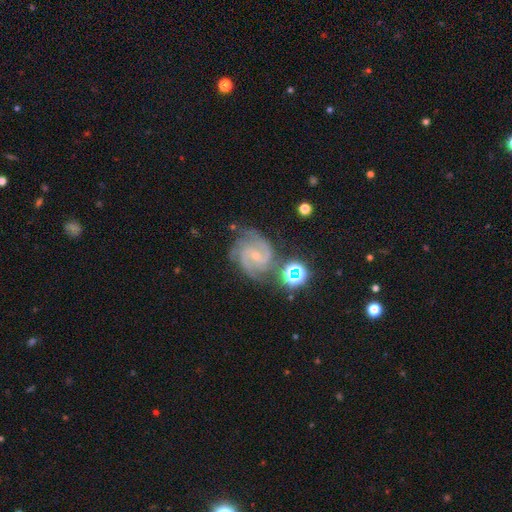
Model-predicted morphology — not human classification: smooth_or_featured: featured or disk (p=0.87) [alt: star or artifact p=0.08]
disk_edge_on: no (p=0.98) [alt: yes p=0.02]
bar: weak (p=0.45) [alt: no p=0.44]
has_spiral_arms: yes (p=0.98) [alt: no p=0.02]
spiral_winding: medium (p=0.48) [alt: tight p=0.44]
spiral_arm_count: 2 (p=0.39) [alt: 3 p=0.32]
bulge_size: small (p=0.75) [alt: moderate p=0.20]
merging: none (p=0.67) [alt: minor disturbance p=0.19]